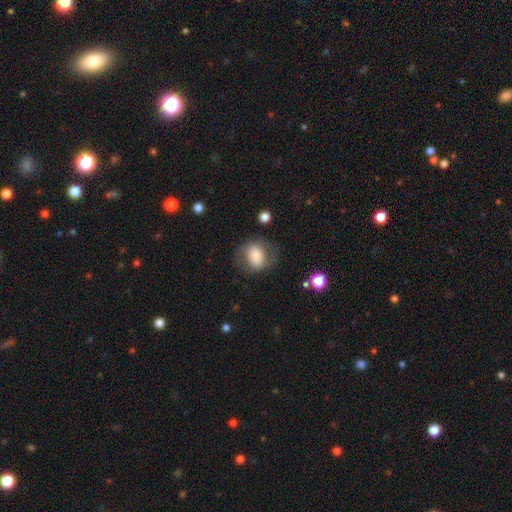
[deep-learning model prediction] Smooth or featured: smooth — 61% (featured or disk — 31%)
How rounded: round — 51% (in between — 48%)
Merging: none — 67% (minor disturbance — 17%)